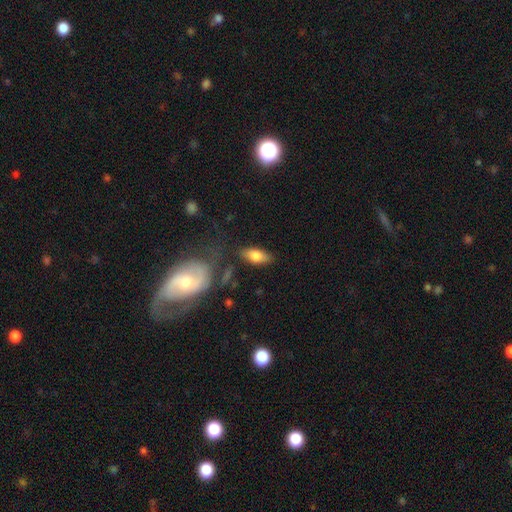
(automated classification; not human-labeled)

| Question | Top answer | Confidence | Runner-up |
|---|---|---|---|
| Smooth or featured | smooth | 74% | featured or disk (19%) |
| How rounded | in between | 83% | cigar-shaped (13%) |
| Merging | none | 77% | minor disturbance (14%) |